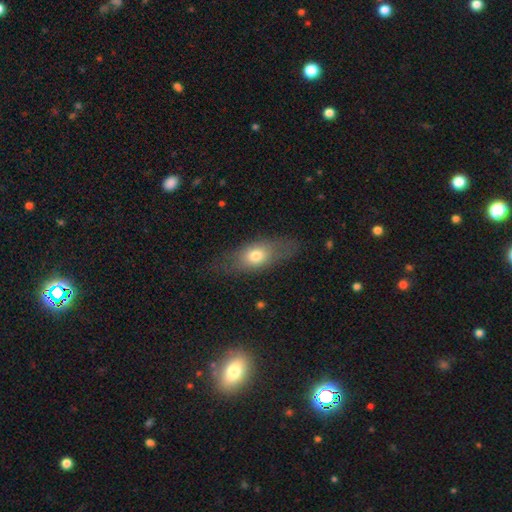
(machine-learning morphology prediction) This appears to be a smooth galaxy with no disk features (69%) that is in between round and cigar-shaped (75%). Merging: none (71%).